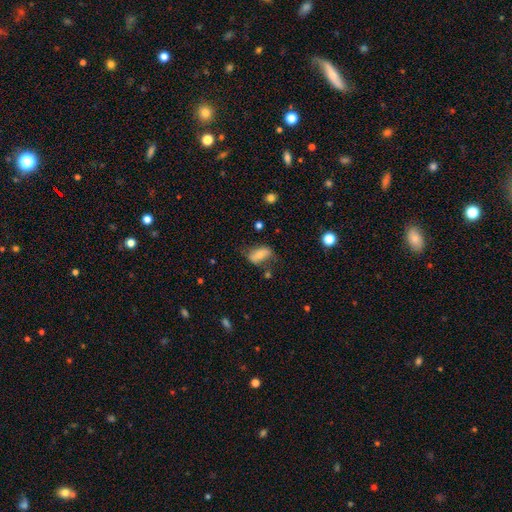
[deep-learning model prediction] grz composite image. It shows a smooth galaxy with no disk features (46%). Merging: none (58%).